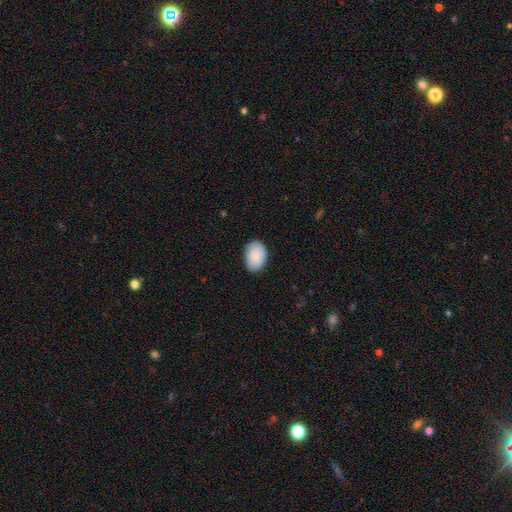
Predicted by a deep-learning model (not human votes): A smooth galaxy with no disk features (86%) that is in between round and cigar-shaped (86%).

Vote fractions:
- Smooth or featured? smooth: 86% / featured or disk: 8% / star or artifact: 6%
- How rounded? in between: 86% / round: 13% / cigar-shaped: 1%
- Merging? none: 81% / minor disturbance: 16% / major disturbance: 3% / merger: 1%